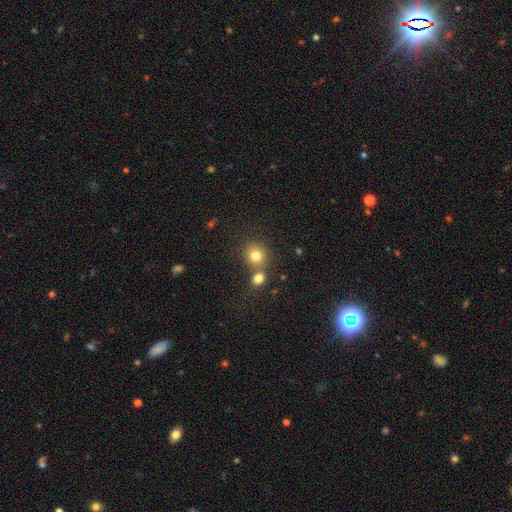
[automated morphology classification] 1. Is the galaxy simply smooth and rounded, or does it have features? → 79% smooth, 13% star or artifact, 8% featured or disk.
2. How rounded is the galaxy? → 86% round, 13% in between, 1% cigar-shaped.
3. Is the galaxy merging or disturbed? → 62% none, 27% merger, 8% minor disturbance, 3% major disturbance.